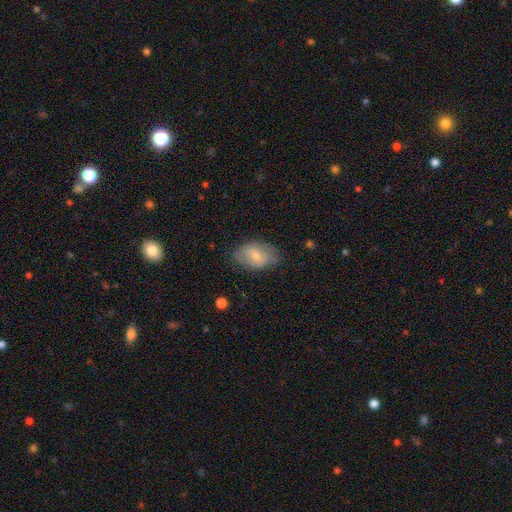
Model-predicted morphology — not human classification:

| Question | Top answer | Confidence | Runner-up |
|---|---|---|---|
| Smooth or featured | smooth | 61% | featured or disk (32%) |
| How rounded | in between | 87% | round (12%) |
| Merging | none | 70% | minor disturbance (22%) |